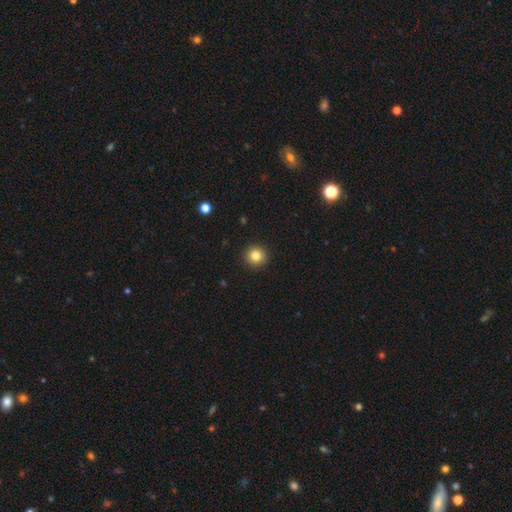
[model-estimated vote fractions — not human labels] Morphology: type=smooth (83%); roundness=round (95%); merging=none (93%).